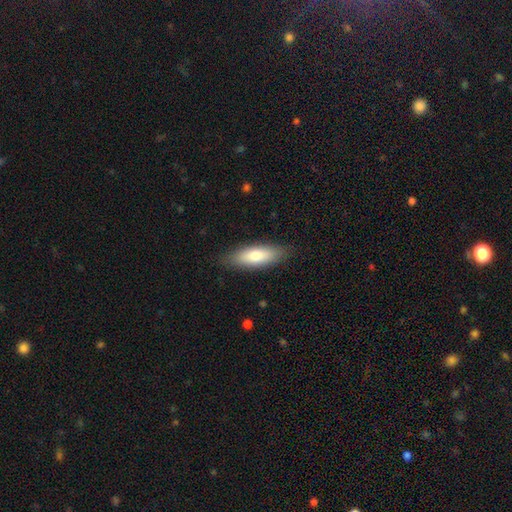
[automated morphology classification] Smooth or featured? smooth (75%)
How rounded? in between (55%)
Merging? none (86%)